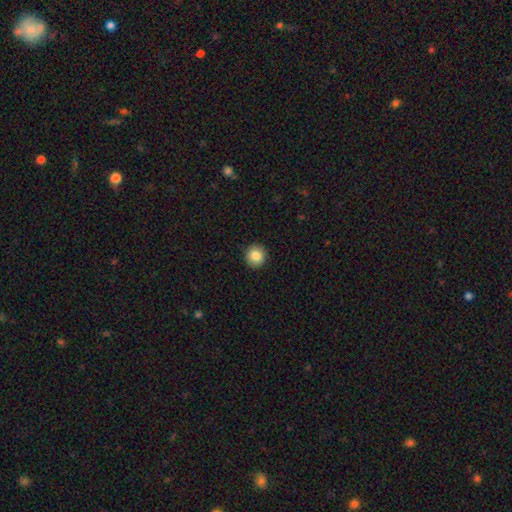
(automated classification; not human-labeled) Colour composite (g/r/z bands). It shows a smooth galaxy with no disk features (85%) that is round (93%). Merging: none (93%).